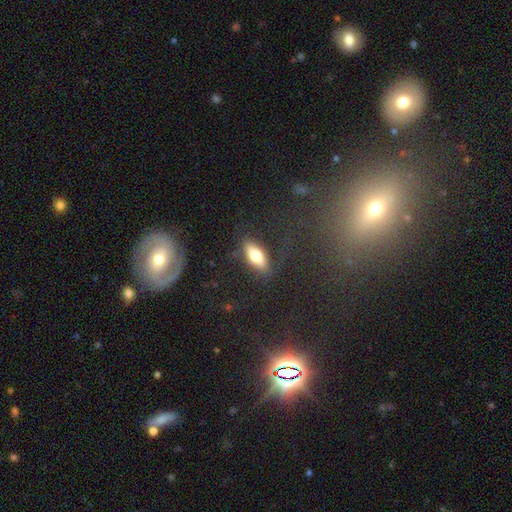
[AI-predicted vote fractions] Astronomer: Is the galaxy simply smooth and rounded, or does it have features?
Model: smooth — 73%.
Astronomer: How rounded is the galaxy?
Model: in between — 75%.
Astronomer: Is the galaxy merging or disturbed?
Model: none — 81%.